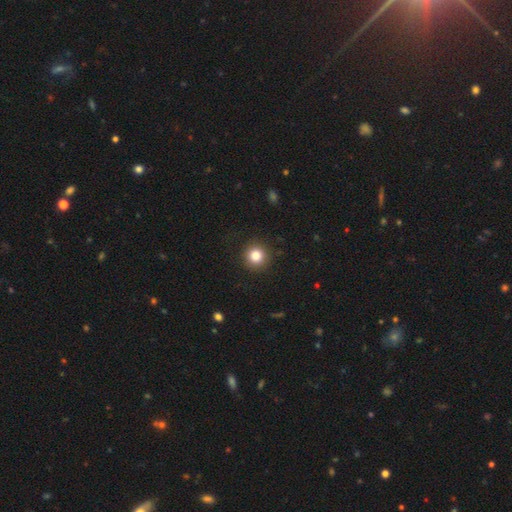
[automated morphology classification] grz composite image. It shows a smooth galaxy with no disk features (82%) that is round (94%). Merging: none (92%).